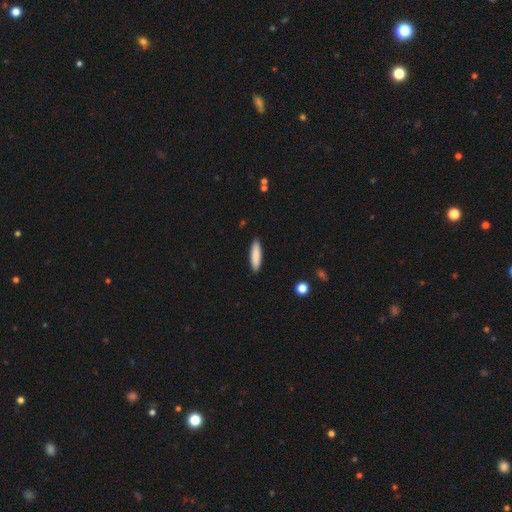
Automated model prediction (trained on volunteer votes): smooth-or-featured: smooth: 86% | featured or disk: 8% | star or artifact: 6%
  how-rounded: cigar-shaped: 72% | in between: 26% | round: 1%
  merging: none: 90% | minor disturbance: 7% | major disturbance: 1% | merger: 1%